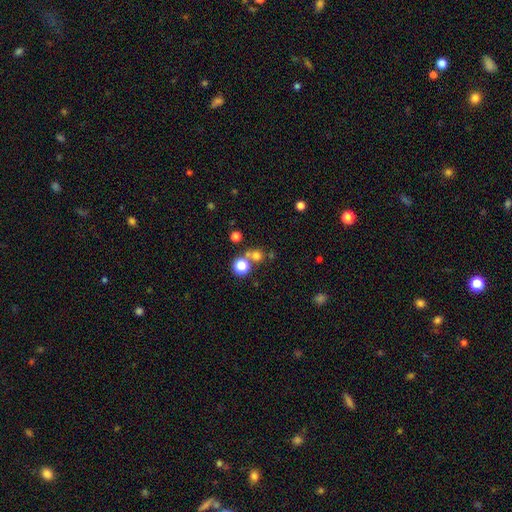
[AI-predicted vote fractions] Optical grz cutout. It shows a smooth galaxy with no disk features (68%) that is round (90%). Merging: none (60%).